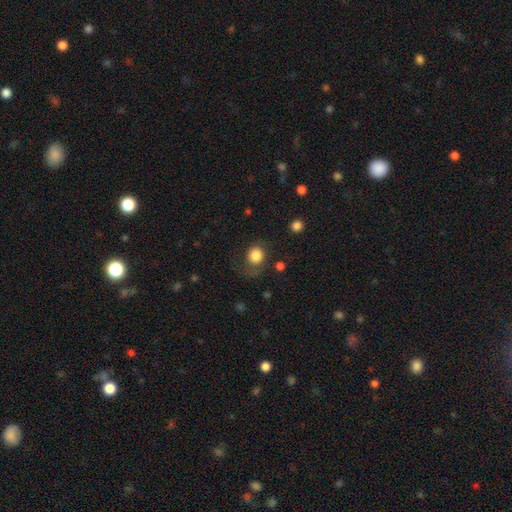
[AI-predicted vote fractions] Smooth or featured? smooth (82%)
How rounded? round (74%)
Merging? none (61%)